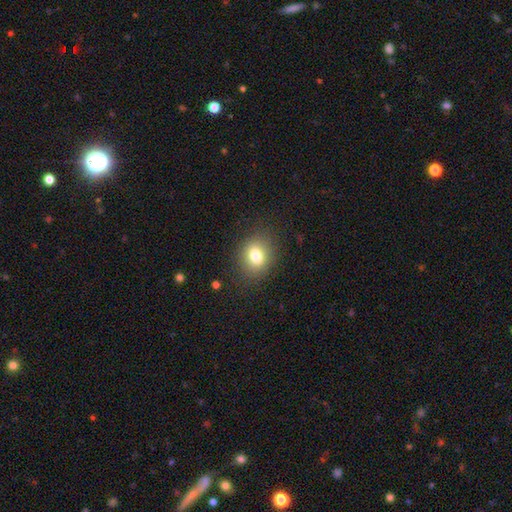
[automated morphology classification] Smooth or featured? smooth (78%)
How rounded? round (56%)
Merging? none (84%)